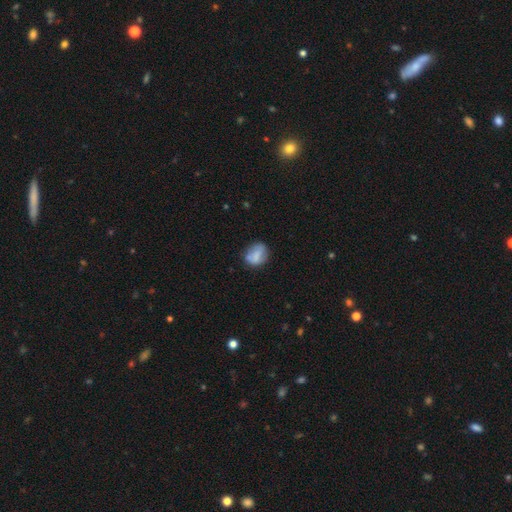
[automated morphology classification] smooth-or-featured: smooth: 70% | featured or disk: 22% | star or artifact: 8%
  how-rounded: in between: 54% | round: 44% | cigar-shaped: 2%
  merging: none: 59% | minor disturbance: 26% | major disturbance: 8% | merger: 6%